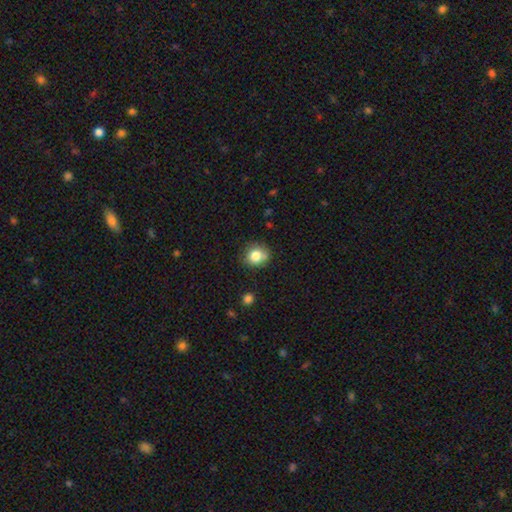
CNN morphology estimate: Overall: smooth (82%). How rounded: round (76%). Merging: none (76%).